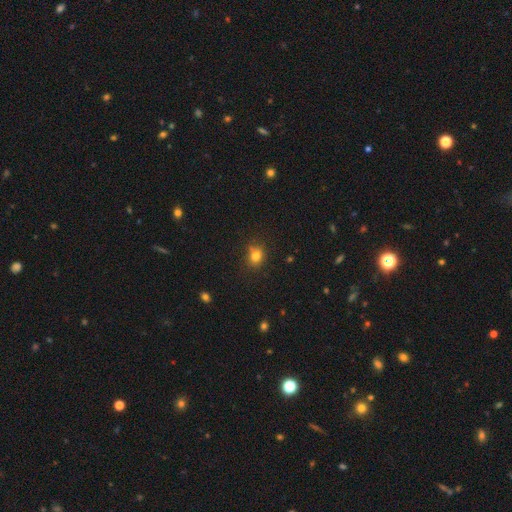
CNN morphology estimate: Smooth or featured?
  - smooth: 79% *
  - star or artifact: 14%
  - featured or disk: 7%
How rounded?
  - round: 59% *
  - in between: 40%
  - cigar-shaped: 1%
Merging?
  - none: 73% *
  - minor disturbance: 17%
  - merger: 6%
  - major disturbance: 4%